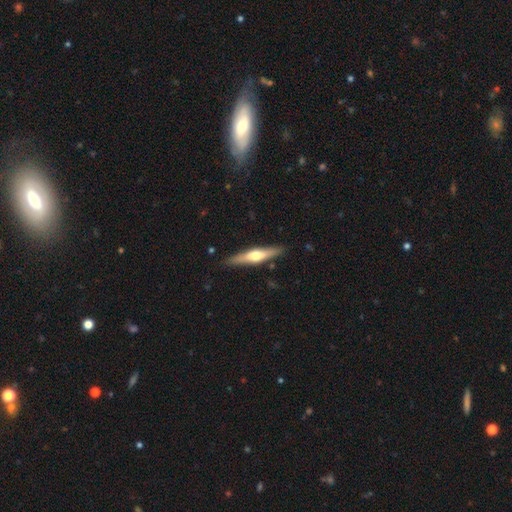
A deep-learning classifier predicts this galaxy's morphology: The model was most divided on "smooth or featured": featured or disk: 57%, smooth: 38%, star or artifact: 5%. More confident: edge-on disk — yes (94%); edge-on bulge — rounded (91%); merging — none (88%).